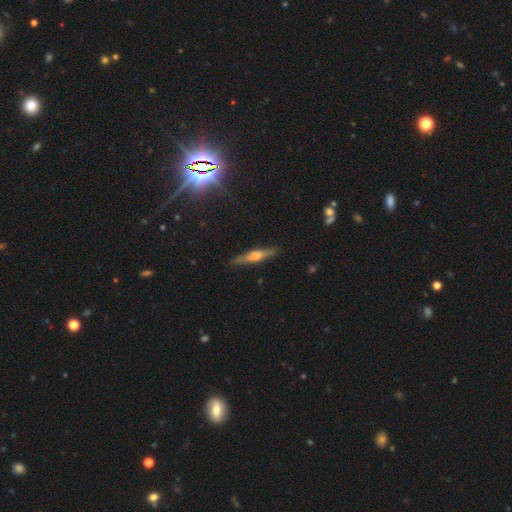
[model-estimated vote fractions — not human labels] Smooth or featured? Predicted: featured or disk (p=0.65). Edge-on disk? Predicted: yes (p=0.96). Edge-on bulge? Predicted: rounded (p=0.86). Merging? Predicted: none (p=0.90).